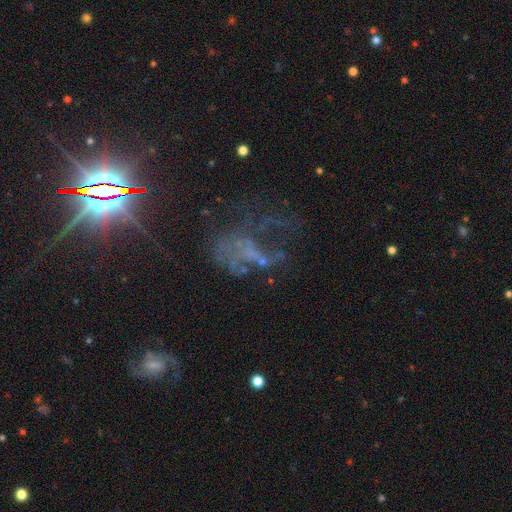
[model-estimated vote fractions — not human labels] A featured or disk galaxy (43%).

Vote fractions:
- Smooth or featured? featured or disk: 43% / star or artifact: 42% / smooth: 16%
- Merging? major disturbance: 42% / none: 35% / minor disturbance: 15% / merger: 7%